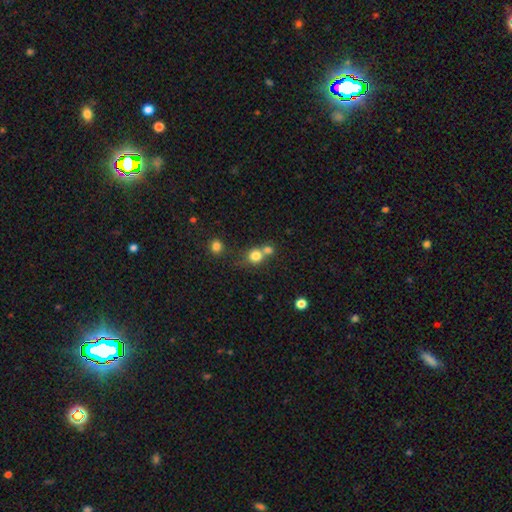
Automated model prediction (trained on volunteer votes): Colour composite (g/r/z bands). It shows a smooth galaxy with no disk features (79%) that is round (85%). Merging: none (46%).